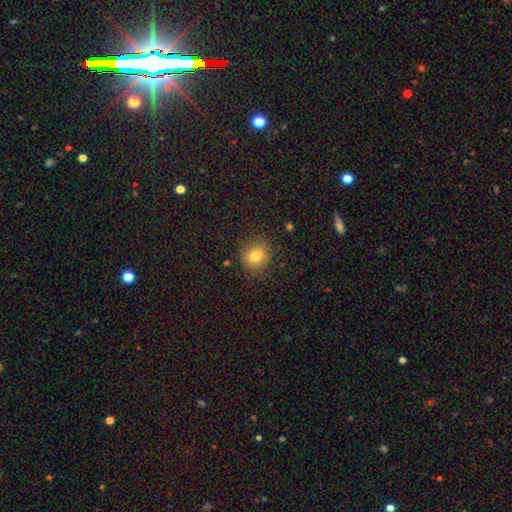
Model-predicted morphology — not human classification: Smooth or featured: smooth — 79% (star or artifact — 12%)
How rounded: round — 82% (in between — 17%)
Merging: none — 85% (minor disturbance — 11%)